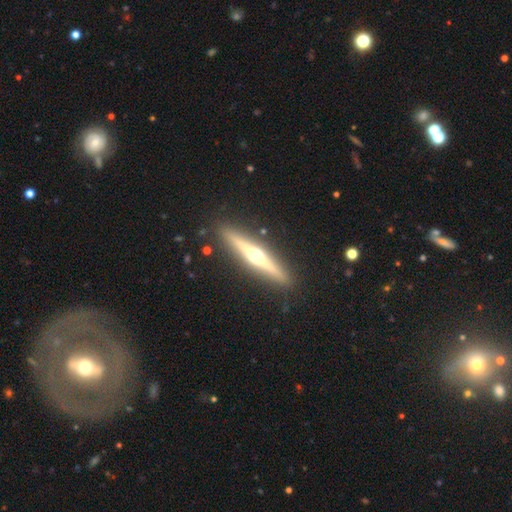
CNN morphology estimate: Smooth or featured? featured or disk (75%)
Edge-on disk? yes (98%)
Edge-on bulge? rounded (94%)
Merging? none (90%)